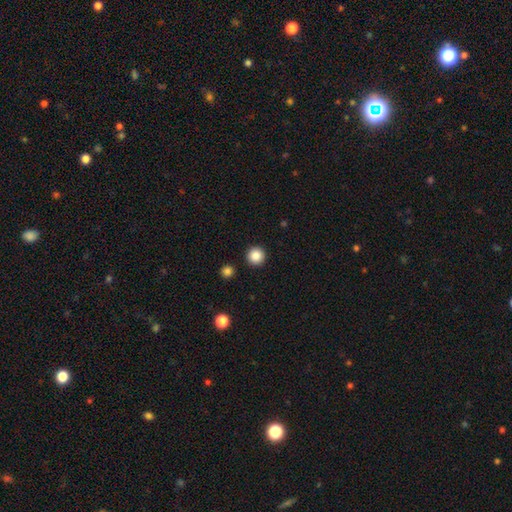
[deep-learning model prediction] Q: Smooth or featured?
A: smooth (87%); runner-up: star or artifact (10%)
Q: How rounded?
A: round (96%); runner-up: in between (3%)
Q: Merging?
A: none (93%); runner-up: minor disturbance (4%)